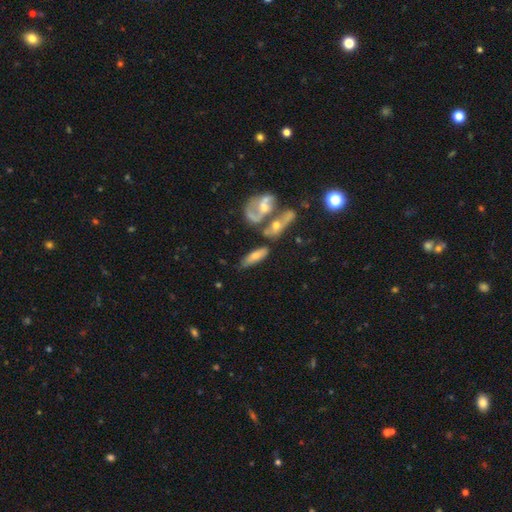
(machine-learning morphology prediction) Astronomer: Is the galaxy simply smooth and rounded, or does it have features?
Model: smooth — 55% (runner-up: featured or disk, 37%).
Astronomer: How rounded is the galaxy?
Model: in between — 65%.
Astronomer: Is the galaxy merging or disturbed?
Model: none — 48% (runner-up: merger, 26%).